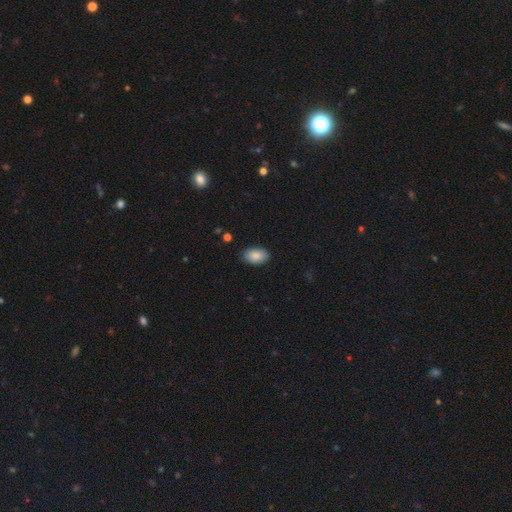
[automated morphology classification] The model was most divided on "merging": none: 85%, minor disturbance: 12%, major disturbance: 2%, merger: 1%. More confident: how rounded — in between (93%); smooth or featured — smooth (88%).